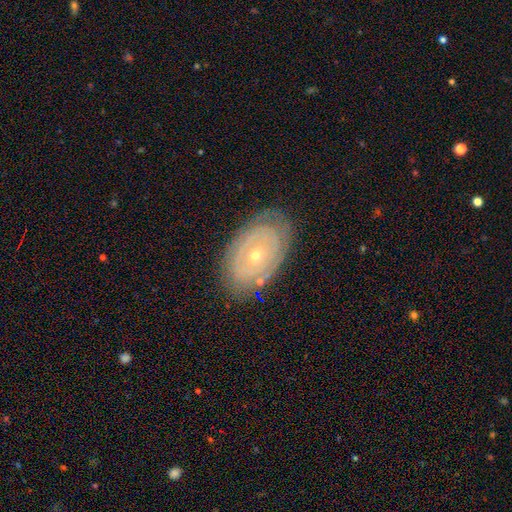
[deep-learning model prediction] Morphology: type=featured or disk (74%); edge-on=no (94%); bar=no (82%); spiral arms=yes (61%); bulge=small (60%); merging=none (79%).